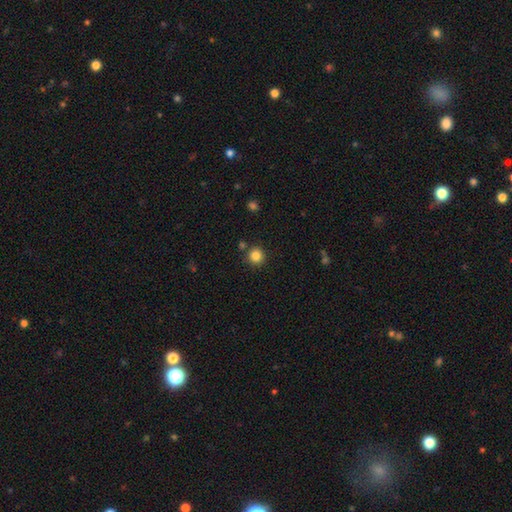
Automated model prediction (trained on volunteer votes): smooth 84%, star or artifact 12%, featured or disk 4%. Down the decision tree: how rounded — round (94%); merging — none (85%).